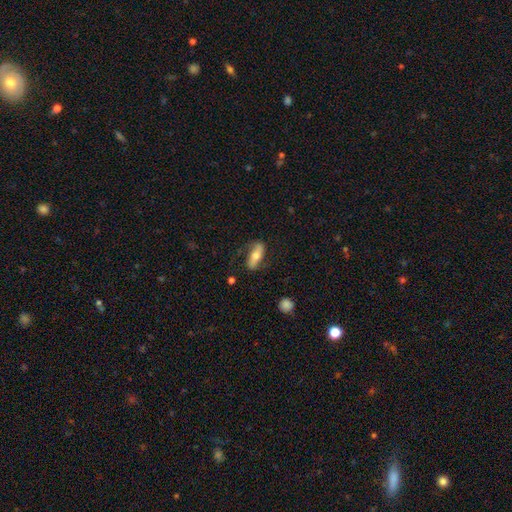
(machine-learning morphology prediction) Smooth or featured? smooth (54%)
How rounded? in between (60%)
Merging? none (74%)